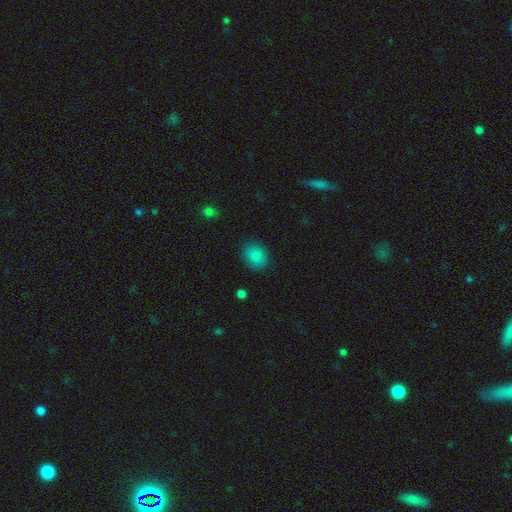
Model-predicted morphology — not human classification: smooth 86%, star or artifact 10%, featured or disk 5%. Down the decision tree: how rounded — round (58%); merging — none (85%).